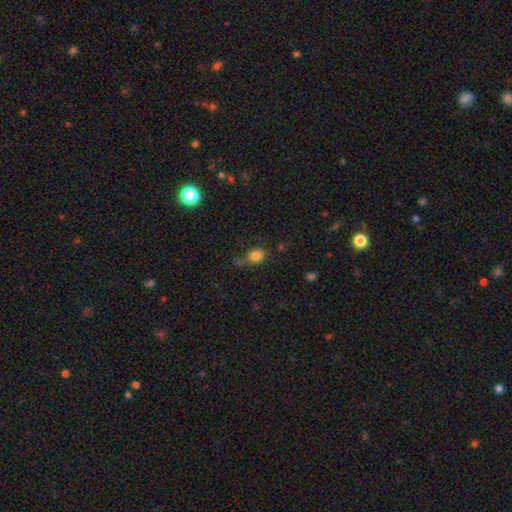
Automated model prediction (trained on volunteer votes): smooth 81%, star or artifact 12%, featured or disk 7%. Down the decision tree: how rounded — in between (49%, tied with round); merging — none (63%).